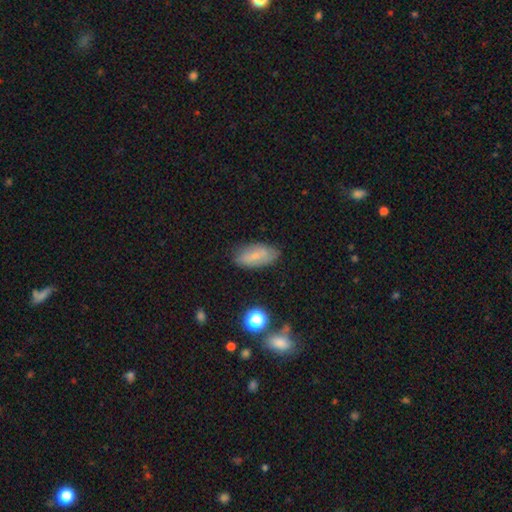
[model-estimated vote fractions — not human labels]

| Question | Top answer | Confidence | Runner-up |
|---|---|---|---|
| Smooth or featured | smooth | 65% | featured or disk (27%) |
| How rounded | in between | 88% | cigar-shaped (9%) |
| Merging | none | 78% | minor disturbance (16%) |